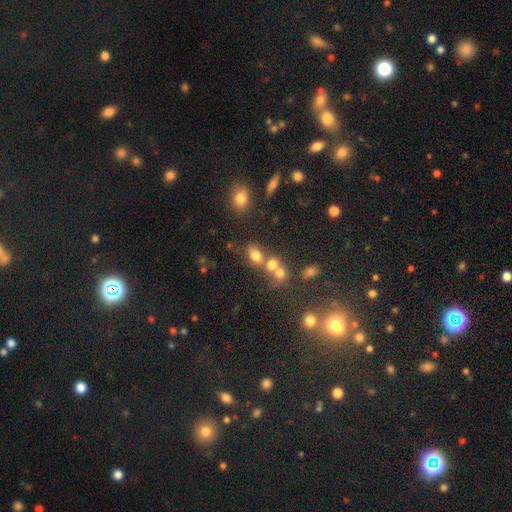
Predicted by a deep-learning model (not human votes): Smooth or featured? Predicted: smooth (p=0.72). How rounded? Predicted: in between (p=0.59). Merging? Predicted: merger (p=0.42).